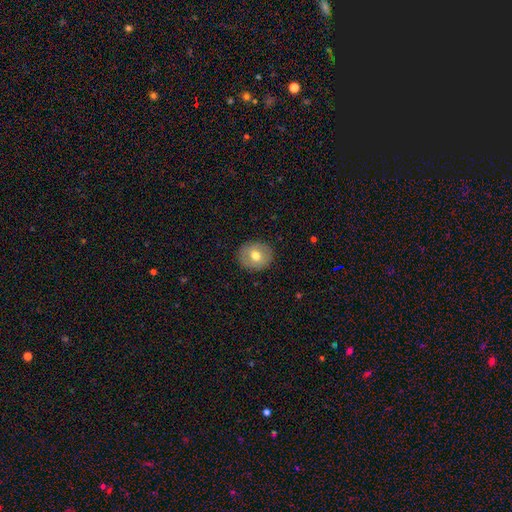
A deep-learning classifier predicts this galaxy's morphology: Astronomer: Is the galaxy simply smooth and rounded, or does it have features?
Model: smooth — 65%.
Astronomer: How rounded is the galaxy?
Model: round — 74%.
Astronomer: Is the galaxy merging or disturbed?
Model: none — 88%.